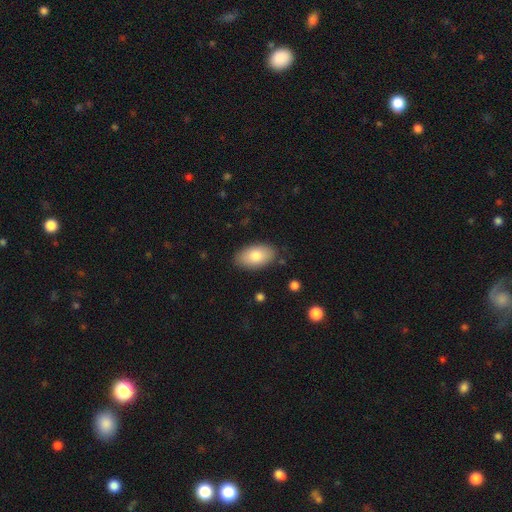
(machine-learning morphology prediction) This is clearly a smooth galaxy (81%). How rounded: clearly in between (95%). Merging: clearly none (84%).